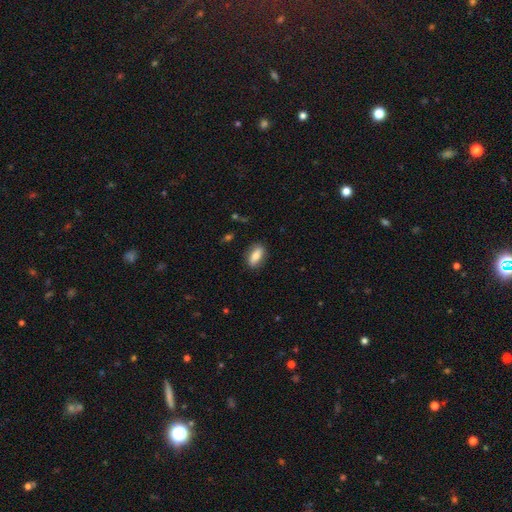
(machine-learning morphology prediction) smooth 78%, featured or disk 15%, star or artifact 7%. Down the decision tree: how rounded — in between (82%); merging — none (85%).